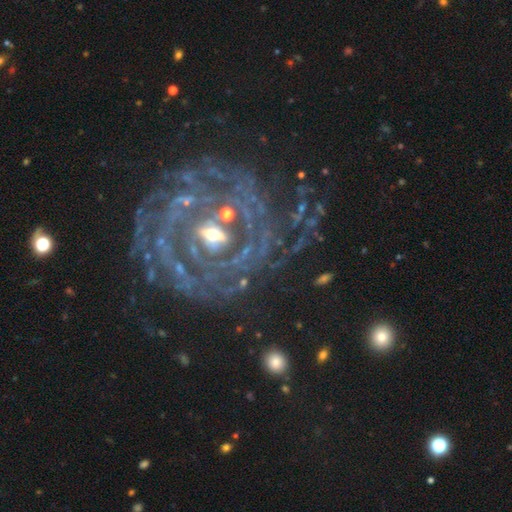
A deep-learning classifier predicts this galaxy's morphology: smooth-or-featured: featured or disk: 87% | star or artifact: 8% | smooth: 6%
  disk-edge-on: no: 96% | yes: 4%
    bar: weak: 37% | strong: 36% | no: 27%
    has-spiral-arms: yes: 93% | no: 7%
      spiral-winding: tight: 77% | medium: 17% | loose: 6%
      spiral-arm-count: can't tell: 28% | more than 4: 23% | 4: 15% | 2: 13% | 3: 13% | 1: 9%
    bulge-size: moderate: 53% | small: 37% | large: 6% | none: 2% | dominant: 2%
  merging: none: 69% | minor disturbance: 15% | major disturbance: 12% | merger: 4%